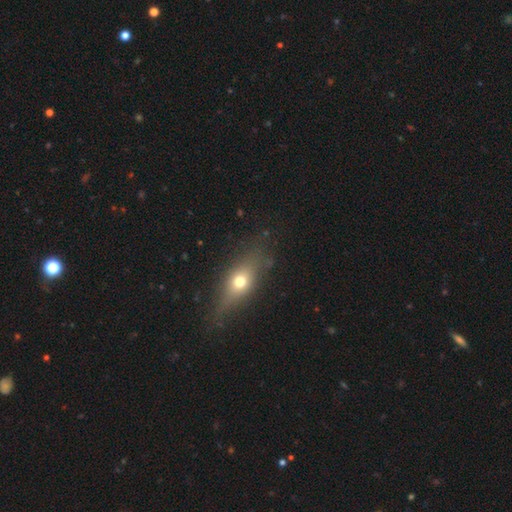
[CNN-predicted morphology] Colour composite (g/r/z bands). It shows a featured or disk galaxy (45%). Merging: none (77%).